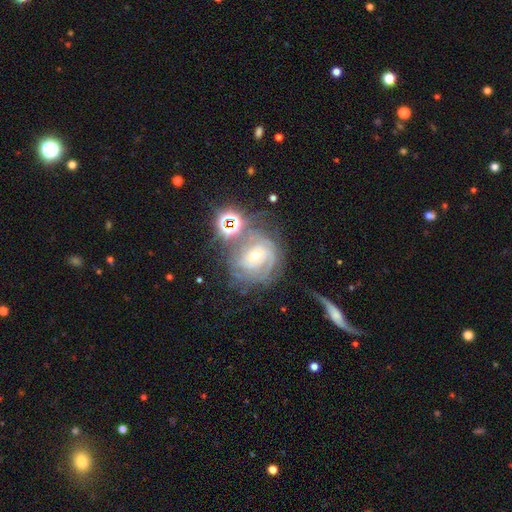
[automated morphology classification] A featured or disk galaxy (77%) with no bar (68%), tight (70%) spiral arms (91%) and a moderate central bulge (50%). Merging: none (54%).